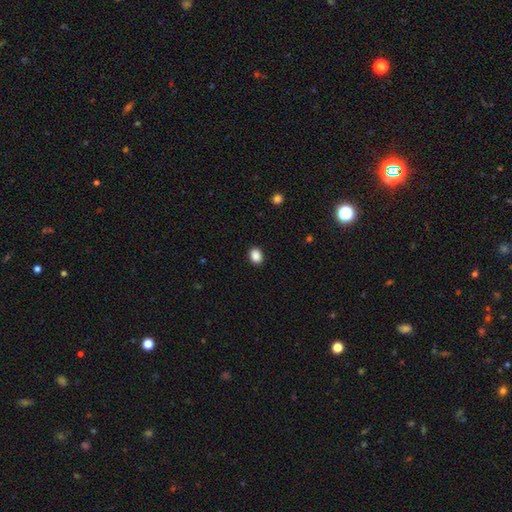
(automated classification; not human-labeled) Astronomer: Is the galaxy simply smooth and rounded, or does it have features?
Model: smooth — 89%.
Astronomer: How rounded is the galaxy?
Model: in between — 61% (runner-up: round, 39%).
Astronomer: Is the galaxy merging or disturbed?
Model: none — 91%.